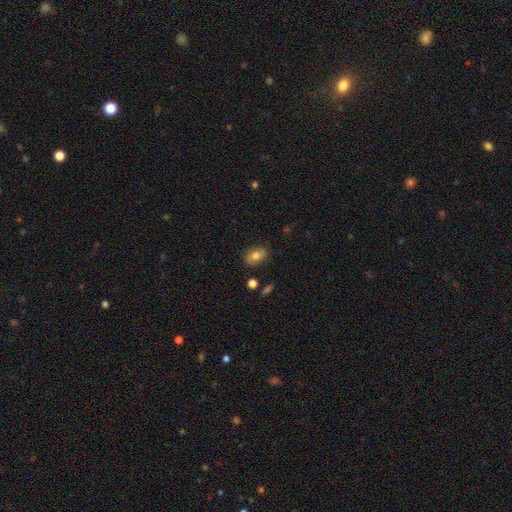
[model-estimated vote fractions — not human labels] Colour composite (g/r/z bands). It shows a smooth galaxy with no disk features (78%) that is in between round and cigar-shaped (85%). Merging: none (84%).